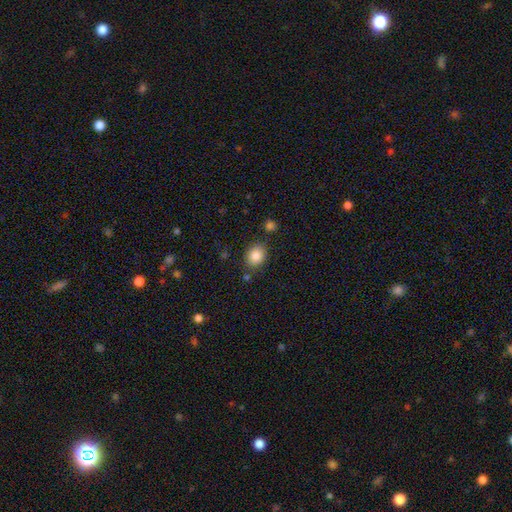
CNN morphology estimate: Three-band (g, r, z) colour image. It shows a smooth galaxy with no disk features (87%) that is round (59%). Merging: none (80%).